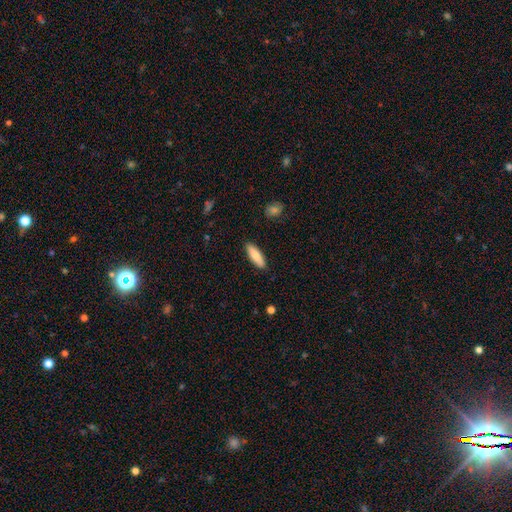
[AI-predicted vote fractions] Smooth or featured? smooth (82%)
How rounded? cigar-shaped (52%)
Merging? none (89%)